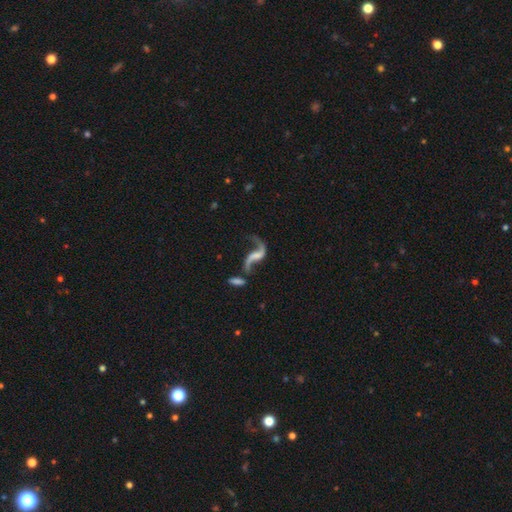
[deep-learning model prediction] A featured or disk galaxy (86%) with no bar (41%), 2 (89%) loose (93%) spiral arms (93%) and no central bulge (51%). Merging: none (54%).